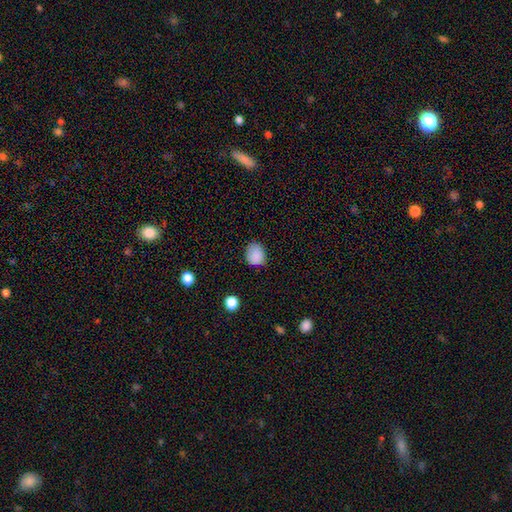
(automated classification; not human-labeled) Smooth or featured: smooth — 86% (star or artifact — 10%)
How rounded: round — 58% (in between — 41%)
Merging: none — 74% (minor disturbance — 21%)